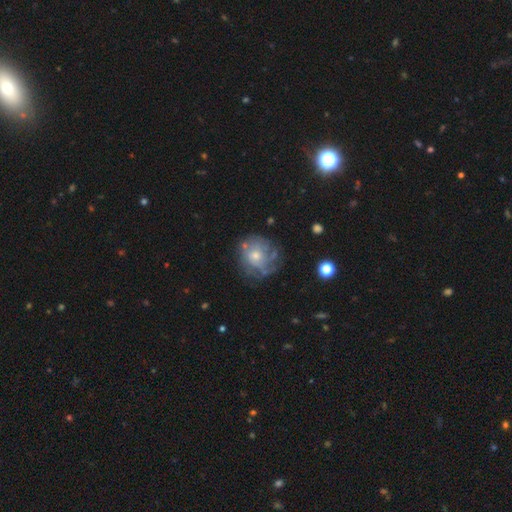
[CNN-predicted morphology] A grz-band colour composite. It shows a featured or disk galaxy (59%) with no bar (85%), spiral arms (57%) and a moderate central bulge (52%). Merging: none (58%).